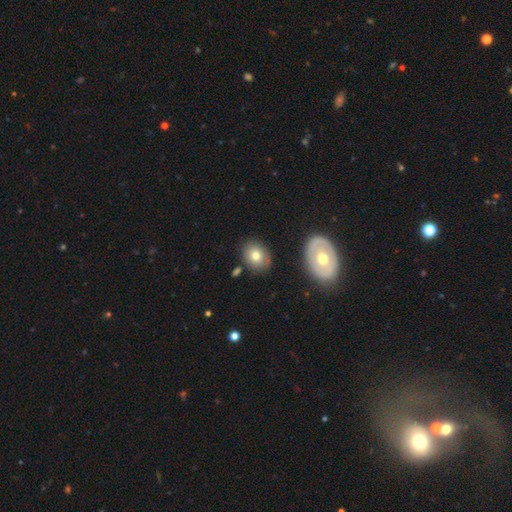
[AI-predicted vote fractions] Smooth or featured?
  - smooth: 73% *
  - featured or disk: 18%
  - star or artifact: 9%
How rounded?
  - round: 51% *
  - in between: 48%
  - cigar-shaped: 1%
Merging?
  - none: 80% *
  - minor disturbance: 12%
  - merger: 5%
  - major disturbance: 3%